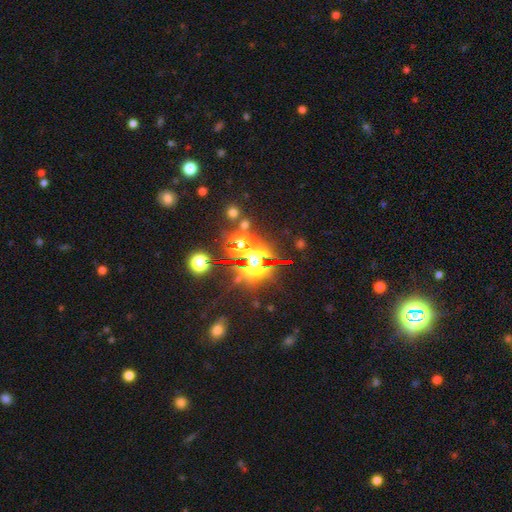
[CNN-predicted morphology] star or artifact 73%, smooth 18%, featured or disk 10%.